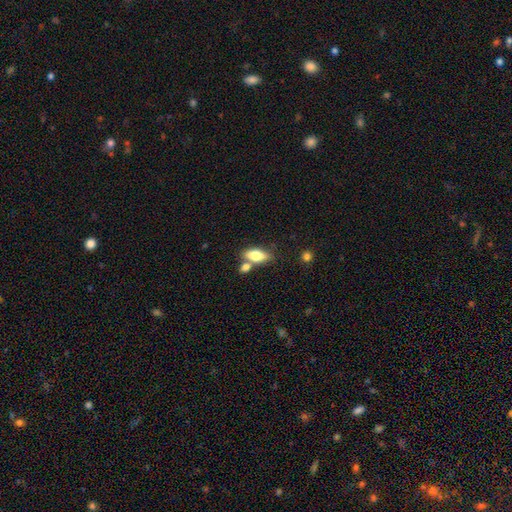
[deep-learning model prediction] Q: Smooth or featured?
A: smooth (71%); runner-up: featured or disk (22%)
Q: How rounded?
A: in between (78%); runner-up: cigar-shaped (18%)
Q: Merging?
A: none (59%); runner-up: merger (25%)